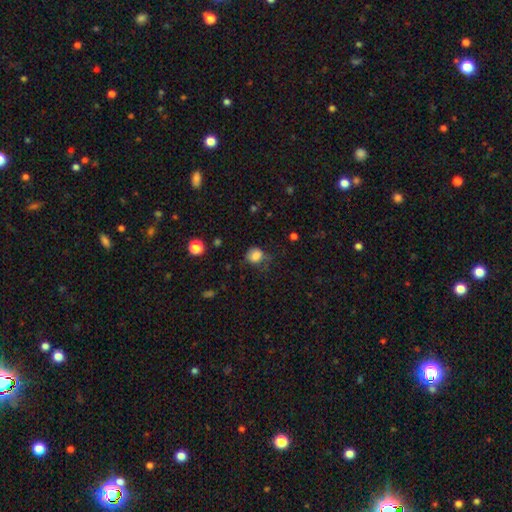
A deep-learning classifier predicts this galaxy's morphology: Smooth or featured? Predicted: smooth (p=0.82). How rounded? Predicted: round (p=0.68). Merging? Predicted: none (p=0.53).